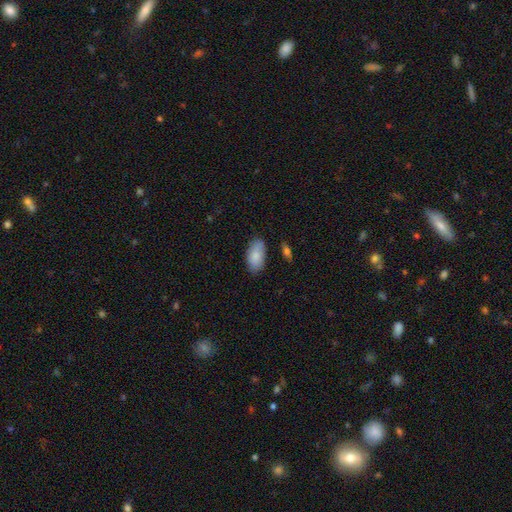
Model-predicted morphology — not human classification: Q: Smooth or featured?
A: smooth (86%); runner-up: featured or disk (8%)
Q: How rounded?
A: in between (94%); runner-up: cigar-shaped (3%)
Q: Merging?
A: none (76%); runner-up: minor disturbance (18%)